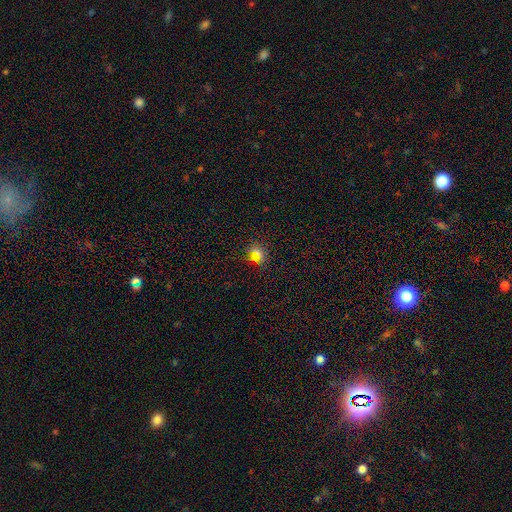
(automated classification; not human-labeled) Smooth or featured?
  - smooth: 66% *
  - star or artifact: 26%
  - featured or disk: 8%
How rounded?
  - round: 78% *
  - in between: 19%
  - cigar-shaped: 2%
Merging?
  - none: 85% *
  - minor disturbance: 9%
  - major disturbance: 3%
  - merger: 2%